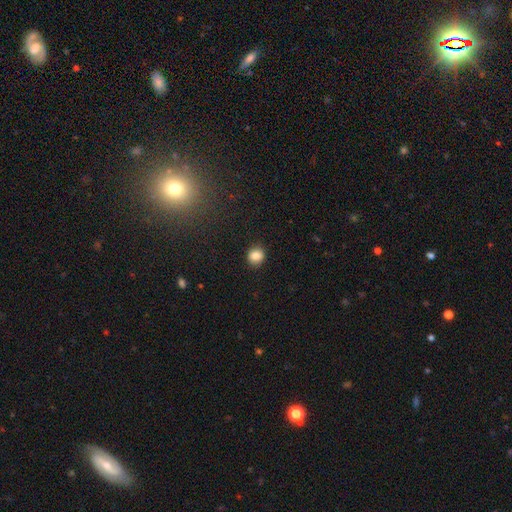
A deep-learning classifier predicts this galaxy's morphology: Q: Smooth or featured?
A: smooth (85%); runner-up: star or artifact (10%)
Q: How rounded?
A: round (78%); runner-up: in between (21%)
Q: Merging?
A: none (89%); runner-up: minor disturbance (8%)